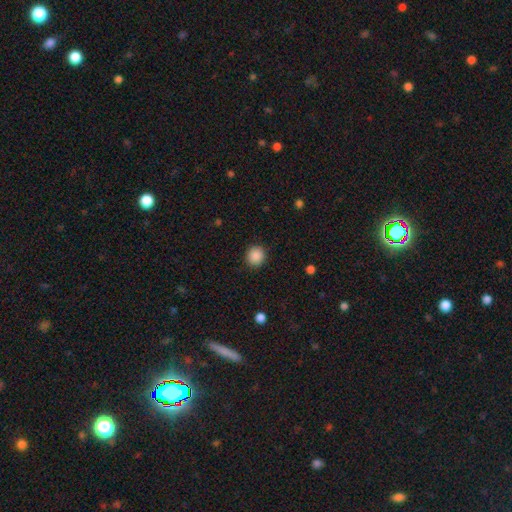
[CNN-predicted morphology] The model was most divided on "how rounded": round: 87%, in between: 12%, cigar-shaped: 1%. More confident: merging — none (90%); smooth or featured — smooth (89%).